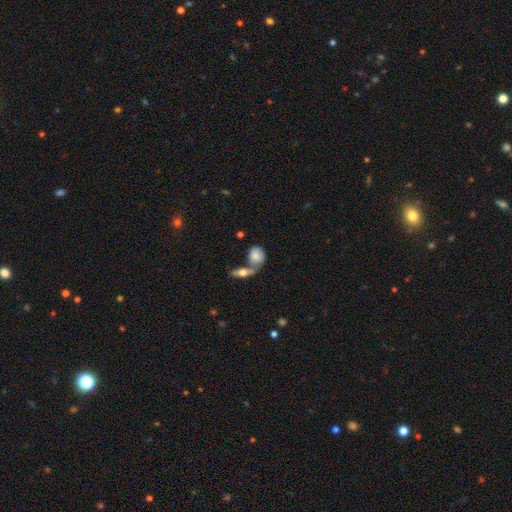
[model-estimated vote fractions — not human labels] Morphology: type=smooth (74%); roundness=in between (49%); merging=merger (42%).